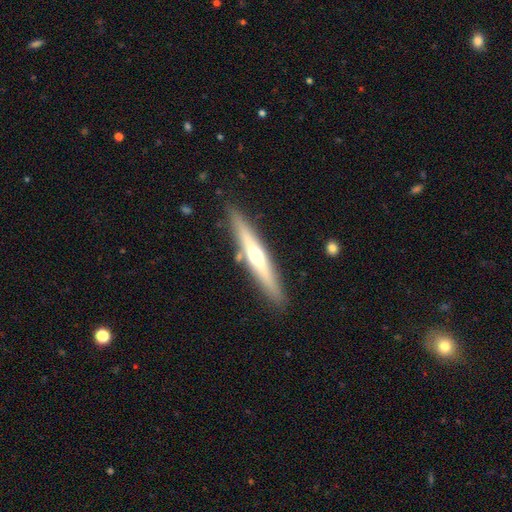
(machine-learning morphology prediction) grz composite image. It shows a featured or disk galaxy (60%) viewed edge-on (94%) with a rounded central bulge (88%). Merging: none (85%).